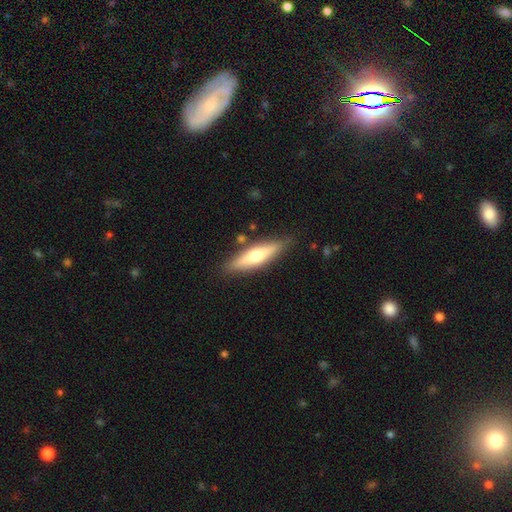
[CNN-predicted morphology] Smooth or featured: smooth — 47% (tied with featured or disk — 47%)
Merging: none — 83% (minor disturbance — 11%)